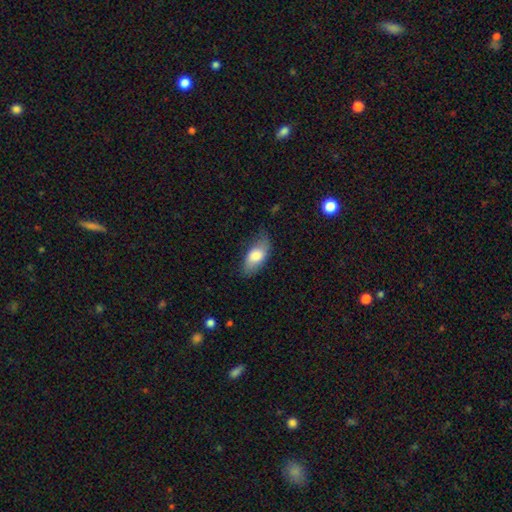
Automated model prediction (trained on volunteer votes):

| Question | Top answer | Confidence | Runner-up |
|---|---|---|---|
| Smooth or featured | smooth | 75% | featured or disk (18%) |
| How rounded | in between | 89% | cigar-shaped (8%) |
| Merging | none | 66% | minor disturbance (26%) |